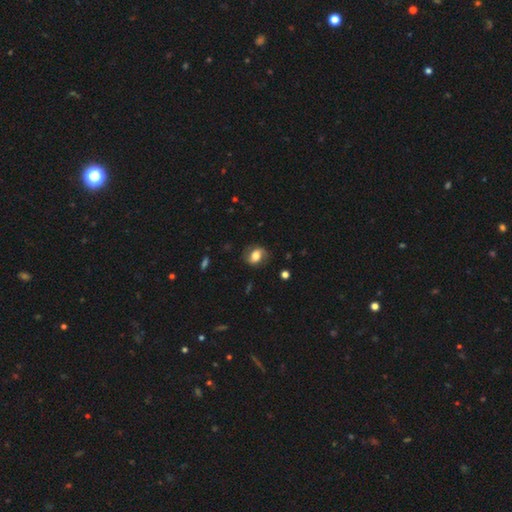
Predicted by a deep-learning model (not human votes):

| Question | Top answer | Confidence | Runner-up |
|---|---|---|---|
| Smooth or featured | smooth | 54% | featured or disk (37%) |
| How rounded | in between | 62% | round (36%) |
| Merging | none | 75% | minor disturbance (17%) |